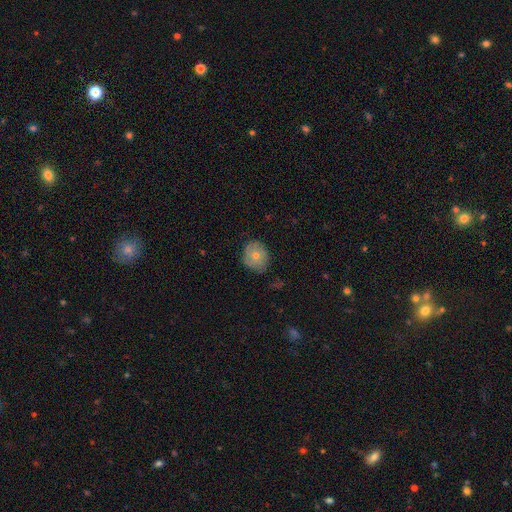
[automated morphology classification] smooth_or_featured: smooth (p=0.59) [alt: featured or disk p=0.32]
how_rounded: round (p=0.72) [alt: in between p=0.27]
merging: none (p=0.72) [alt: minor disturbance p=0.22]